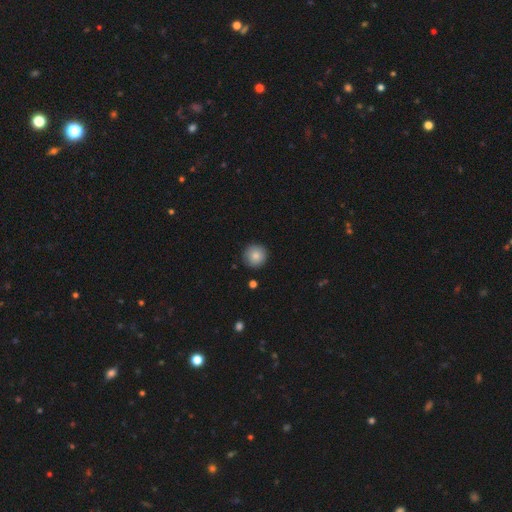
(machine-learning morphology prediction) The model was most divided on "smooth or featured": smooth: 85%, star or artifact: 8%, featured or disk: 7%. More confident: how rounded — round (95%); merging — none (90%).